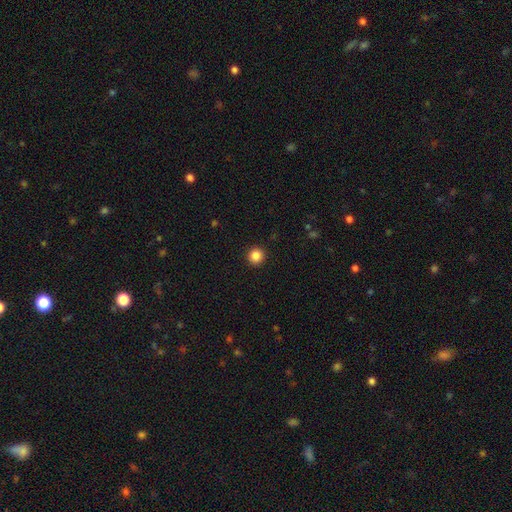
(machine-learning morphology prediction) A smooth galaxy with no disk features (86%) that is round (95%). Merging: none (93%).